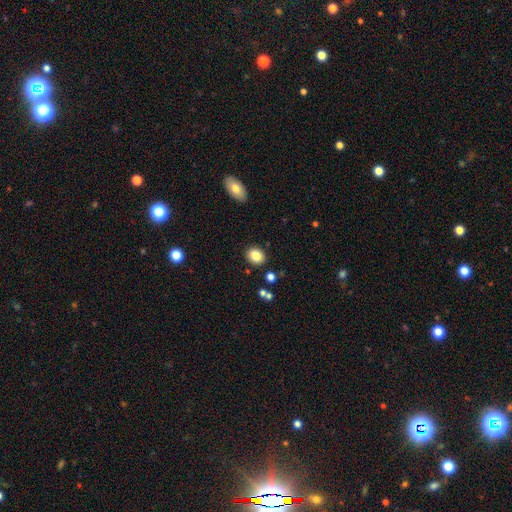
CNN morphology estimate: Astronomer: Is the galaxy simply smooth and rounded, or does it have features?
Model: smooth — 84%.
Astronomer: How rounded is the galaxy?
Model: round — 60% (runner-up: in between, 39%).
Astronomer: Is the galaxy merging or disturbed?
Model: none — 87%.